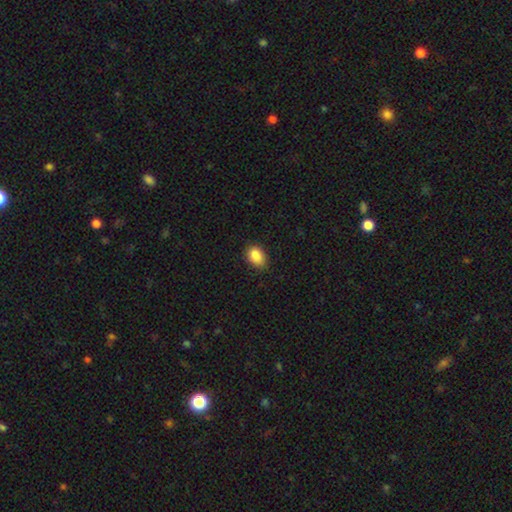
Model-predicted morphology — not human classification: Q: Smooth or featured?
A: smooth (88%); runner-up: star or artifact (8%)
Q: How rounded?
A: in between (83%); runner-up: round (16%)
Q: Merging?
A: none (78%); runner-up: minor disturbance (18%)